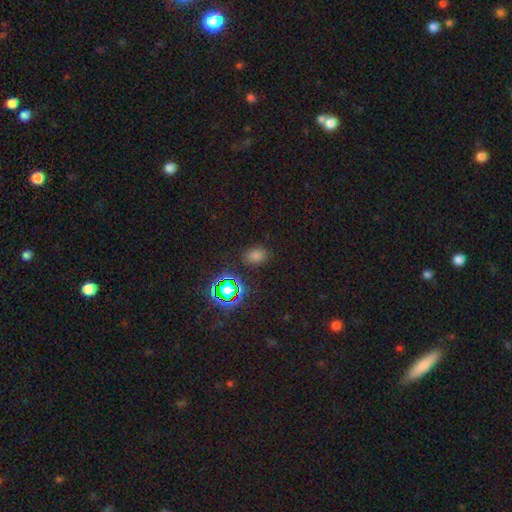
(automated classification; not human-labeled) Overall: smooth (67%; star or artifact 27%). How rounded: in between (64%; round 35%). Merging: none (84%).